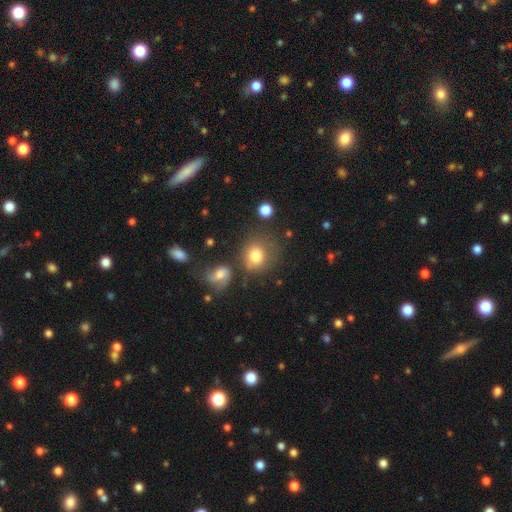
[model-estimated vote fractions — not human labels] This is likely a smooth galaxy (78%). How rounded: likely round (79%). Merging: possibly none (55%).